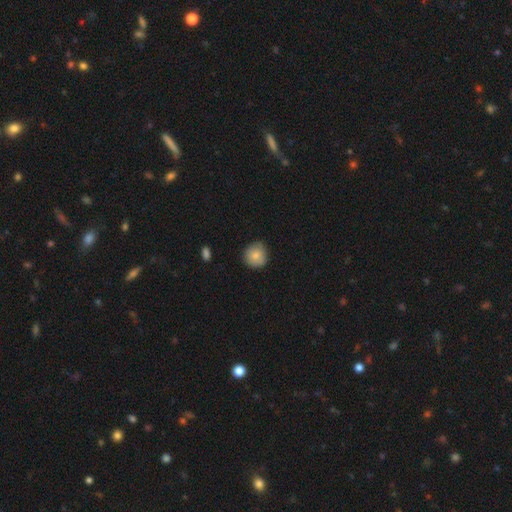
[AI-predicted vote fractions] Q: Smooth or featured?
A: smooth (83%); runner-up: featured or disk (9%)
Q: How rounded?
A: round (92%); runner-up: in between (7%)
Q: Merging?
A: none (85%); runner-up: minor disturbance (11%)